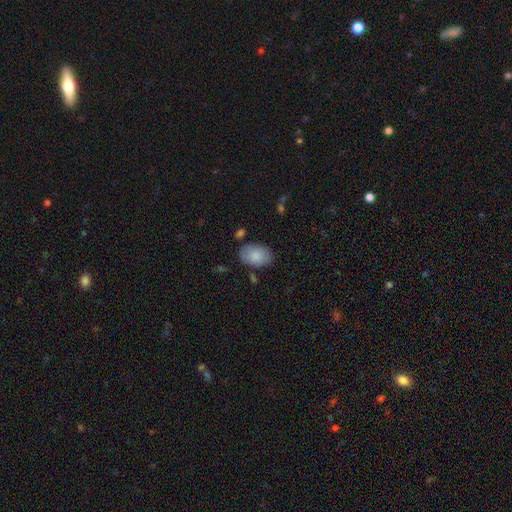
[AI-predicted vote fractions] Smooth or featured?
  - smooth: 86% *
  - featured or disk: 8%
  - star or artifact: 6%
How rounded?
  - in between: 89% *
  - round: 10%
  - cigar-shaped: 1%
Merging?
  - none: 78% *
  - minor disturbance: 14%
  - merger: 4%
  - major disturbance: 4%